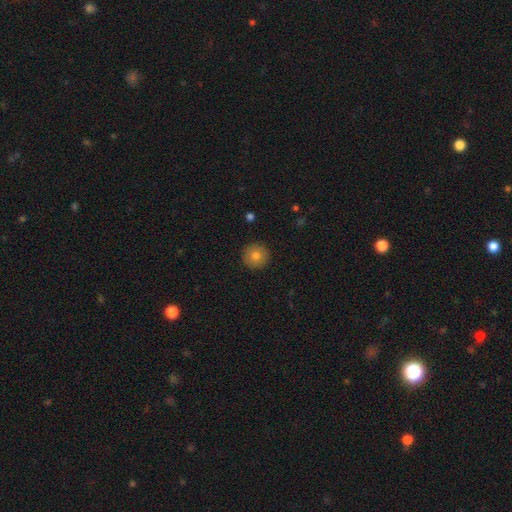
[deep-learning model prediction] Q: Smooth or featured?
A: smooth (79%); runner-up: featured or disk (11%)
Q: How rounded?
A: round (95%); runner-up: in between (4%)
Q: Merging?
A: none (92%); runner-up: minor disturbance (5%)